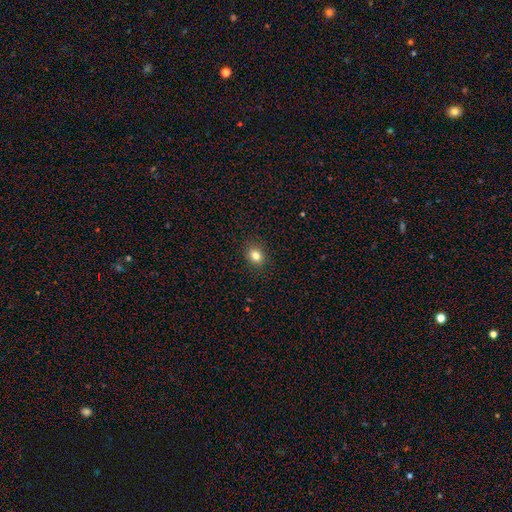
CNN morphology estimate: This is clearly a smooth galaxy (81%). How rounded: likely round (60%). Merging: clearly none (89%).